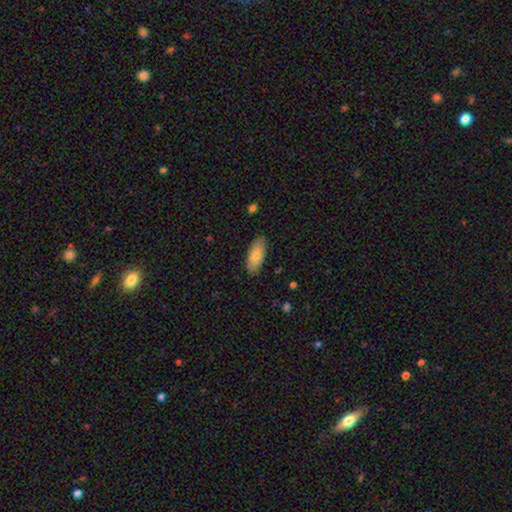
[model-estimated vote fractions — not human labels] Morphology: type=smooth (75%); roundness=in between (84%); merging=none (87%).